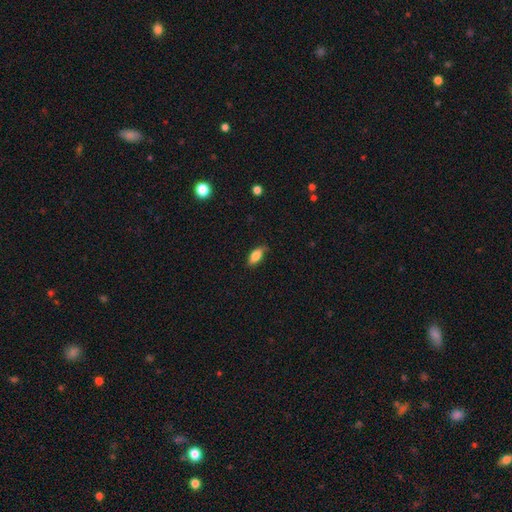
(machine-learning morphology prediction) Q: Smooth or featured?
A: smooth (81%); runner-up: featured or disk (11%)
Q: How rounded?
A: in between (85%); runner-up: cigar-shaped (12%)
Q: Merging?
A: none (79%); runner-up: minor disturbance (17%)